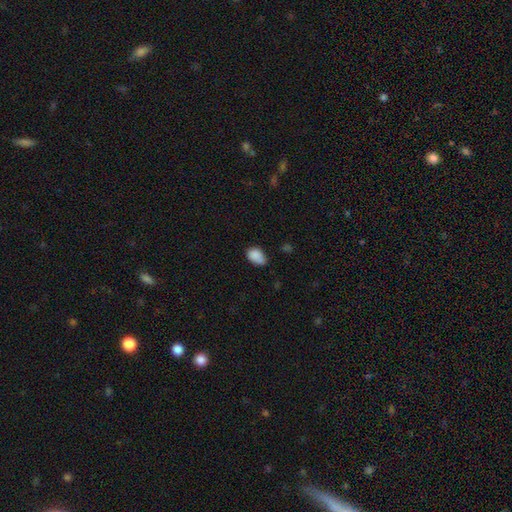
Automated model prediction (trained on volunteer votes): smooth_or_featured: smooth (p=0.86) [alt: star or artifact p=0.09]
how_rounded: in between (p=0.84) [alt: round p=0.15]
merging: none (p=0.51) [alt: minor disturbance p=0.37]